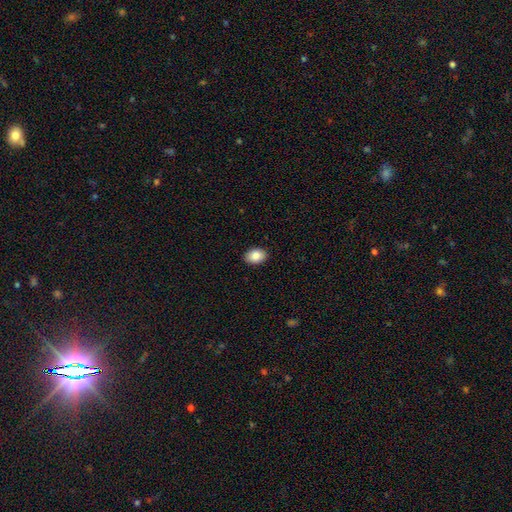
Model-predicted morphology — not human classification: Smooth or featured: smooth — 87% (star or artifact — 7%)
How rounded: in between — 78% (round — 21%)
Merging: none — 90% (minor disturbance — 7%)